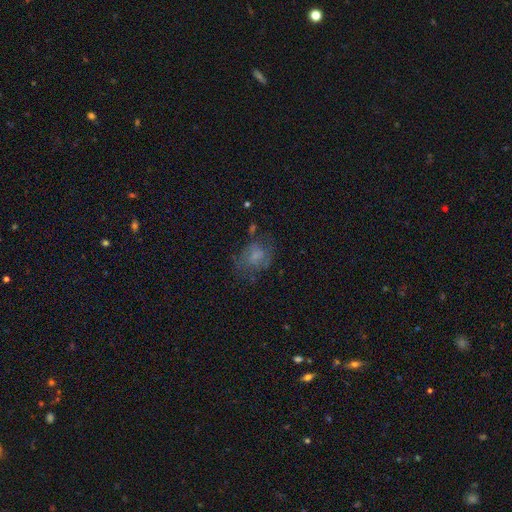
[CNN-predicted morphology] Overall: smooth (50%; featured or disk 35%). How rounded: in between (57%; round 42%). Merging: none (48%; major disturbance 25%).